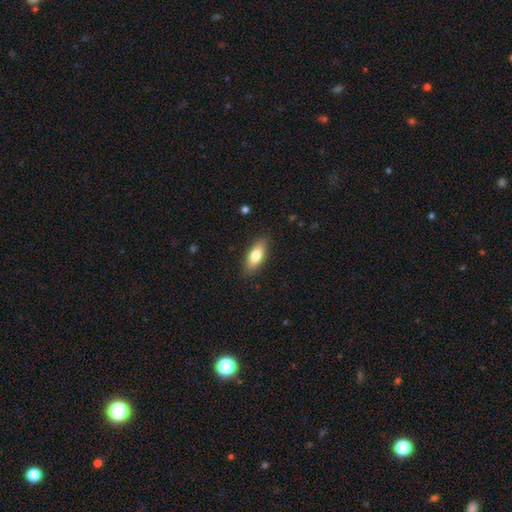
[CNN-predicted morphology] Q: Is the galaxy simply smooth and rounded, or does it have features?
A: smooth — 77%.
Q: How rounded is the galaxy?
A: in between — 77%.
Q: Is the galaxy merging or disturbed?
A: none — 87%.